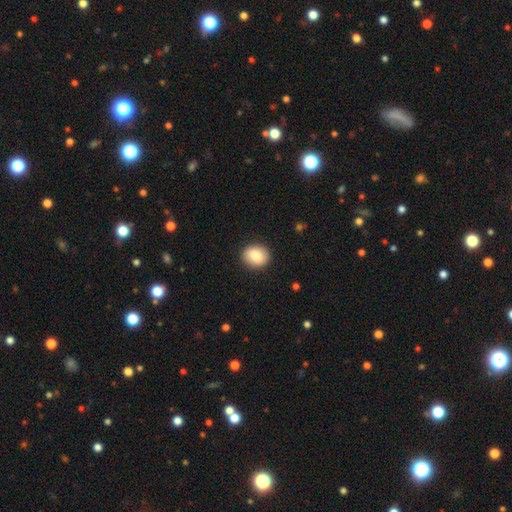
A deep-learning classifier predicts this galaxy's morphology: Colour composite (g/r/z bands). It shows a smooth galaxy with no disk features (84%) that is round (68%). Merging: none (88%).